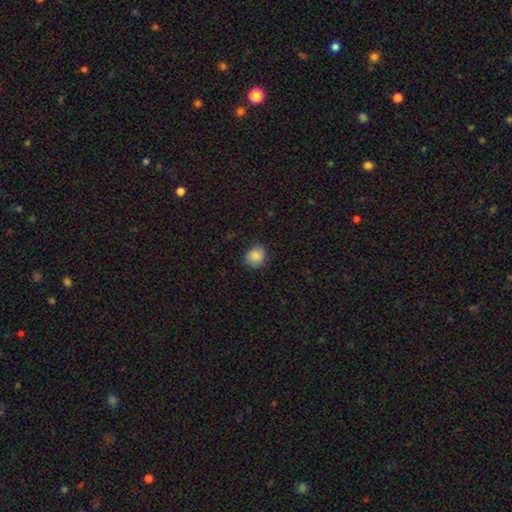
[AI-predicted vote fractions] smooth 87%, star or artifact 8%, featured or disk 5%. Down the decision tree: how rounded — round (71%); merging — none (80%).